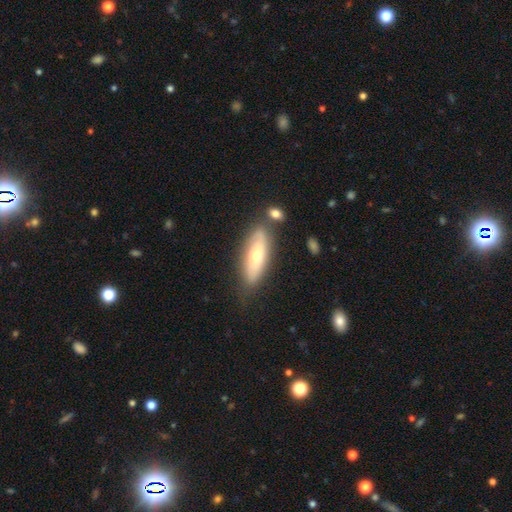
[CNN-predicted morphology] Overall: smooth (52%; featured or disk 40%). How rounded: in between (54%; cigar-shaped 44%). Merging: none (77%).